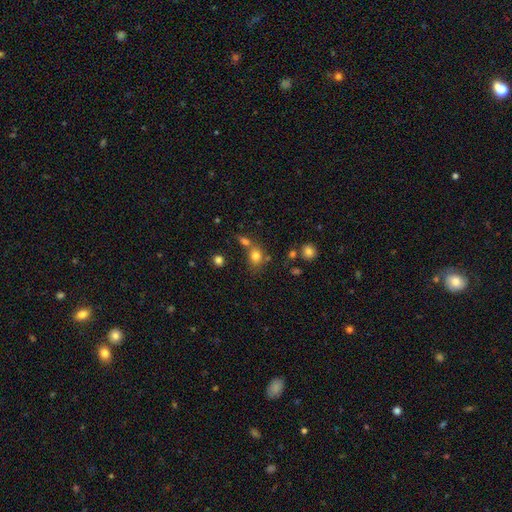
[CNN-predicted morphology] This is likely a smooth galaxy (78%). How rounded: possibly round (58%). Merging: possibly none (54%).